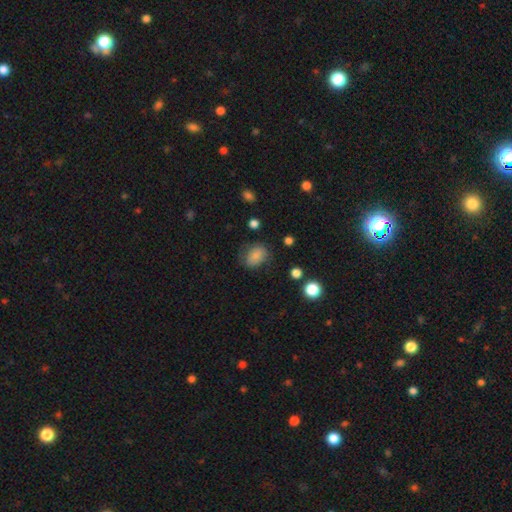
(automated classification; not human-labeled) smooth 80%, featured or disk 10%, star or artifact 10%. Down the decision tree: how rounded — in between (71%); merging — none (67%).